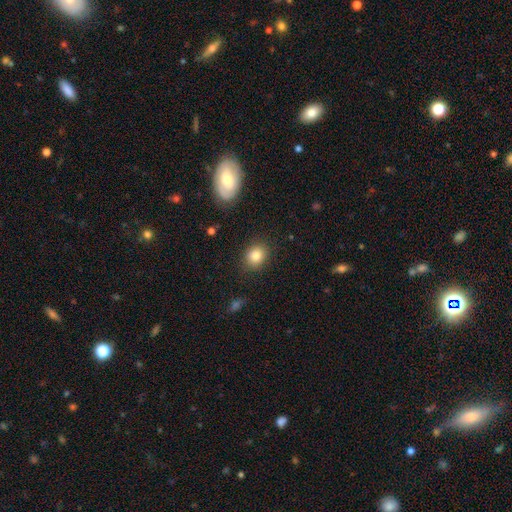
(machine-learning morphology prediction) The model was most divided on "how rounded": round: 59%, in between: 40%, cigar-shaped: 1%. More confident: merging — none (85%); smooth or featured — smooth (83%).